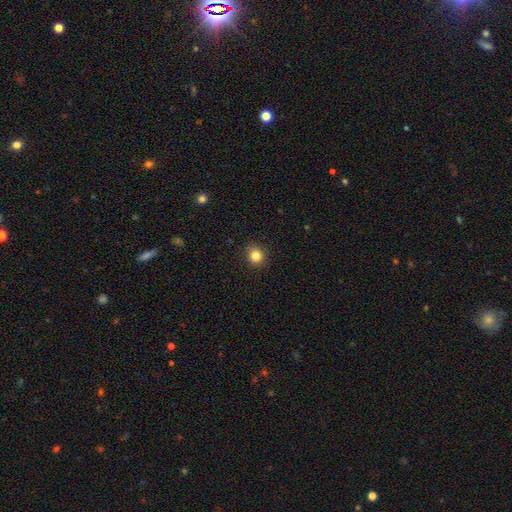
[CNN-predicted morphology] Smooth or featured? smooth (83%)
How rounded? round (88%)
Merging? none (90%)